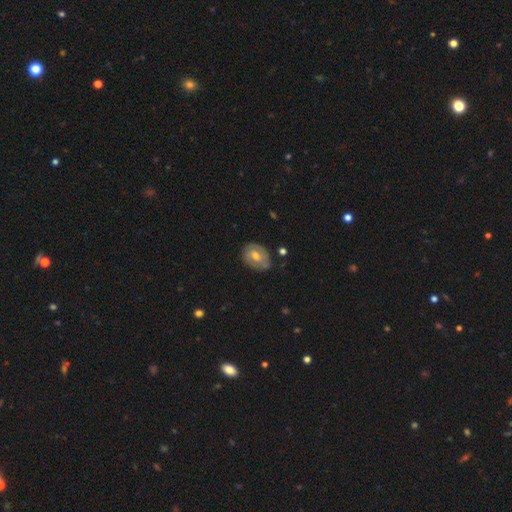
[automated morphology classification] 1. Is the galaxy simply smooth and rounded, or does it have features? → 47% featured or disk, 46% smooth, 7% star or artifact.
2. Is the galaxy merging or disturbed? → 68% none, 24% minor disturbance, 5% major disturbance, 3% merger.